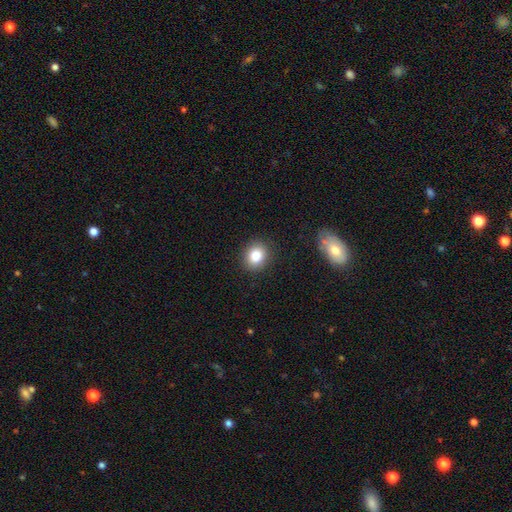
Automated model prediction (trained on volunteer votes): smooth-or-featured: smooth: 82% | star or artifact: 10% | featured or disk: 8%
  how-rounded: round: 63% | in between: 36% | cigar-shaped: 1%
  merging: none: 89% | minor disturbance: 7% | major disturbance: 2% | merger: 1%